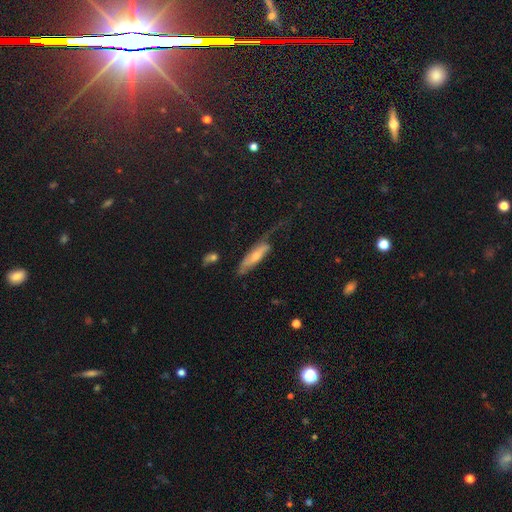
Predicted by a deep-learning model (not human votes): Smooth or featured?
  - featured or disk: 50% *
  - smooth: 44%
  - star or artifact: 6%
Edge-on disk?
  - no: 60% *
  - yes: 40%
Merging?
  - major disturbance: 39% *
  - none: 32%
  - minor disturbance: 25%
  - merger: 4%